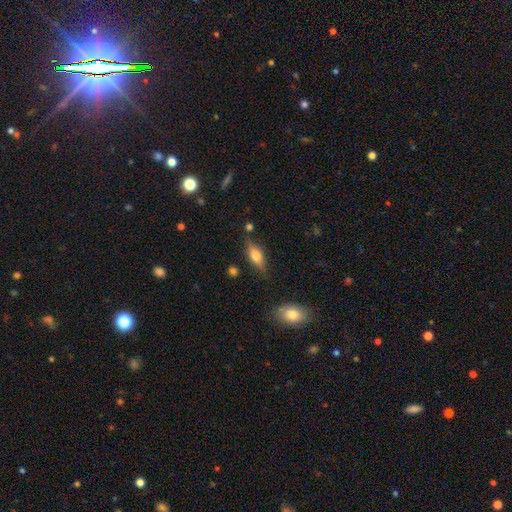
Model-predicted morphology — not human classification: Smooth or featured?
  - smooth: 64% *
  - featured or disk: 29%
  - star or artifact: 8%
How rounded?
  - in between: 73% *
  - cigar-shaped: 23%
  - round: 4%
Merging?
  - none: 76% *
  - minor disturbance: 16%
  - major disturbance: 4%
  - merger: 4%